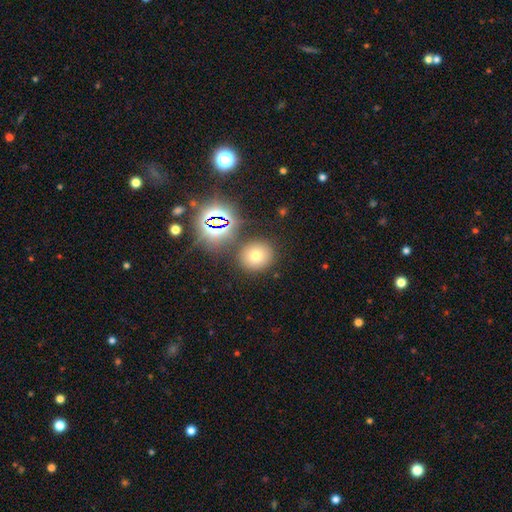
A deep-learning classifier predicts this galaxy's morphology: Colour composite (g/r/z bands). It shows a smooth galaxy with no disk features (66%) that is round (84%). Merging: none (82%).